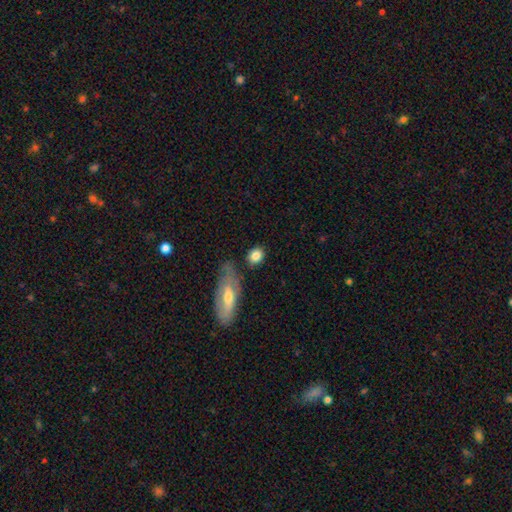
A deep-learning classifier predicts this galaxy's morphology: This is clearly a smooth galaxy (82%). How rounded: possibly in between (49%). Merging: likely none (75%).